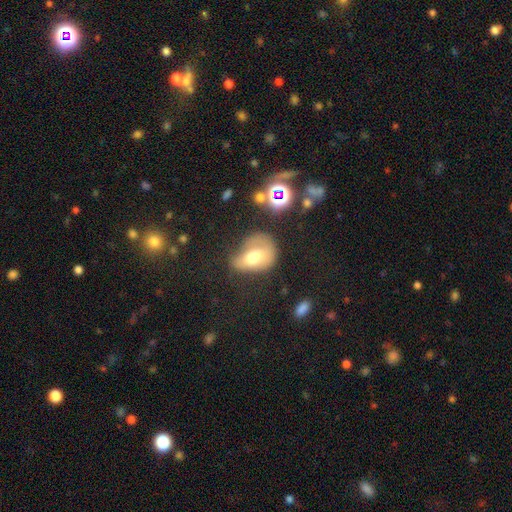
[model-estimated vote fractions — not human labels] The model was most divided on "merging": major disturbance: 36%, minor disturbance: 30%, none: 27%, merger: 7%. More confident: how rounded — in between (72%); smooth or featured — smooth (61%).